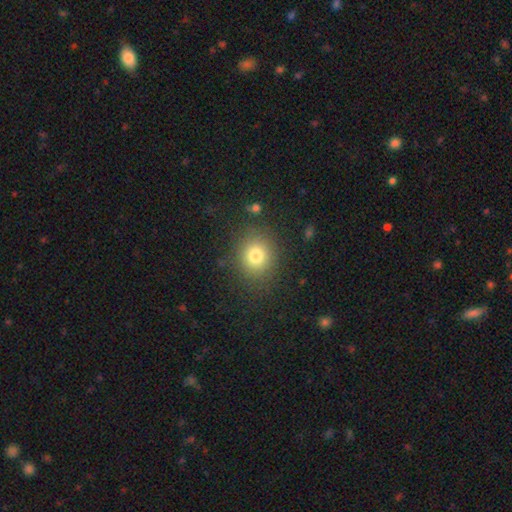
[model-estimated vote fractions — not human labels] Morphology: type=smooth (78%); roundness=round (75%); merging=none (85%).